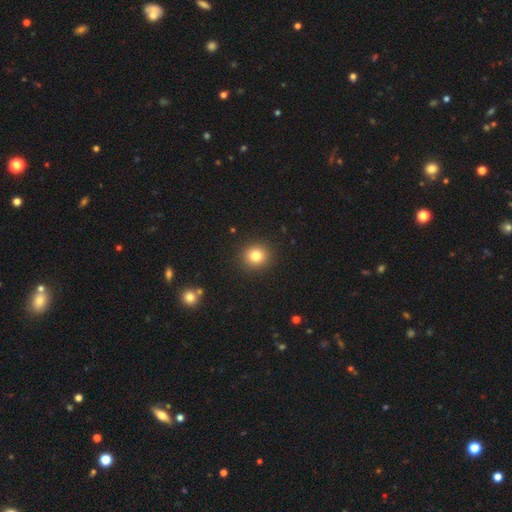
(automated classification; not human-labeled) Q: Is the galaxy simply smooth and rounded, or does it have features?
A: smooth — 82%.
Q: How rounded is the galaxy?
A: round — 87%.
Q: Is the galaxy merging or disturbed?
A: none — 91%.